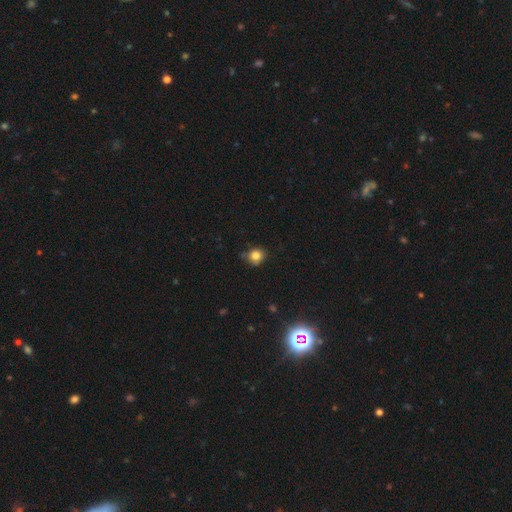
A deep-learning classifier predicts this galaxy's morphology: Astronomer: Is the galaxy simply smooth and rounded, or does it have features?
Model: smooth — 83%.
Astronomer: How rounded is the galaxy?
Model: round — 84%.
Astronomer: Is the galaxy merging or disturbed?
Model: none — 73%.